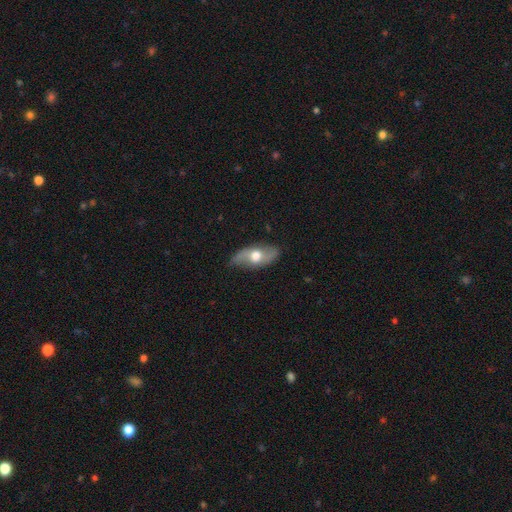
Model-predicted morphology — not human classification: A featured or disk galaxy (56%). Merging: none (77%).